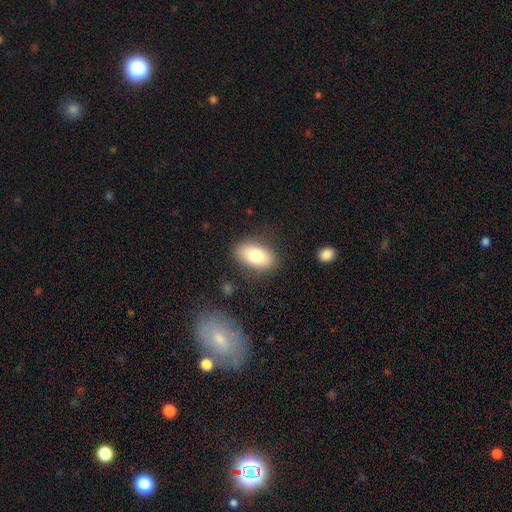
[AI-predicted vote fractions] Overall: smooth (78%). How rounded: in between (91%). Merging: none (83%).